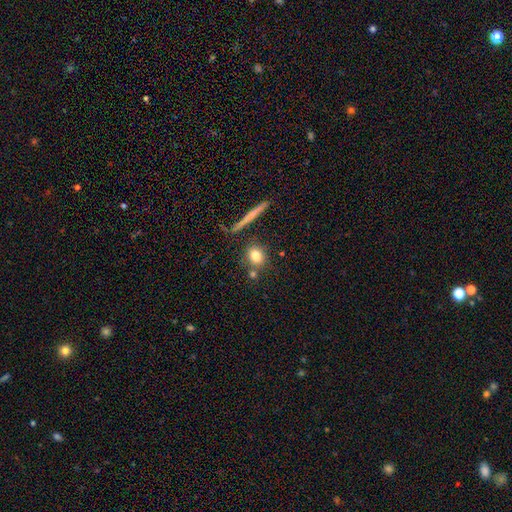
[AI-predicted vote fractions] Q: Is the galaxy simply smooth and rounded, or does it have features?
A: smooth — 78%.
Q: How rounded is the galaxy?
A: round — 63%.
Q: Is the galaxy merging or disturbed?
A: none — 74%.